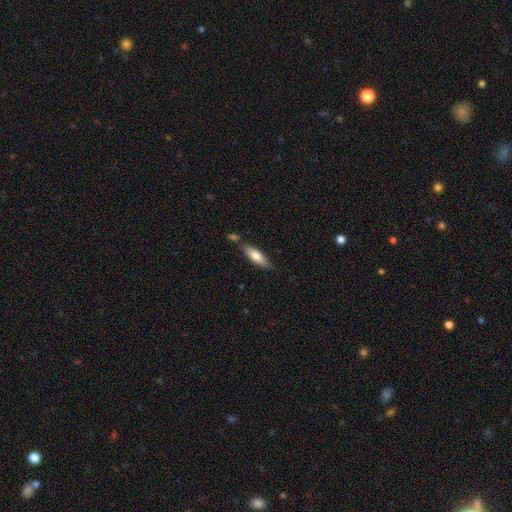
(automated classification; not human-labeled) smooth 70%, featured or disk 24%, star or artifact 6%. Down the decision tree: how rounded — in between (50%); merging — none (71%).